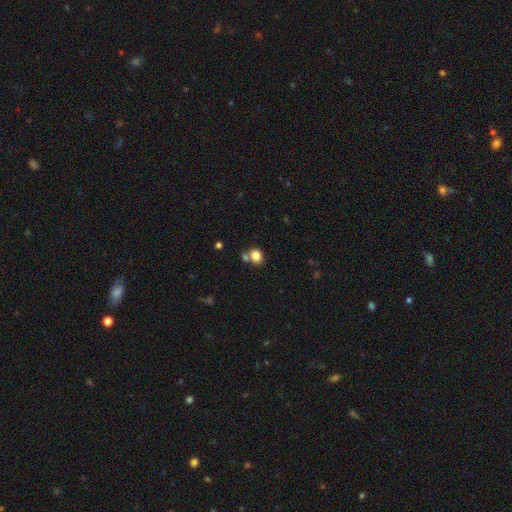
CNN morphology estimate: This appears to be a smooth galaxy with no disk features (83%) that is round (63%). Merging: none (61%).